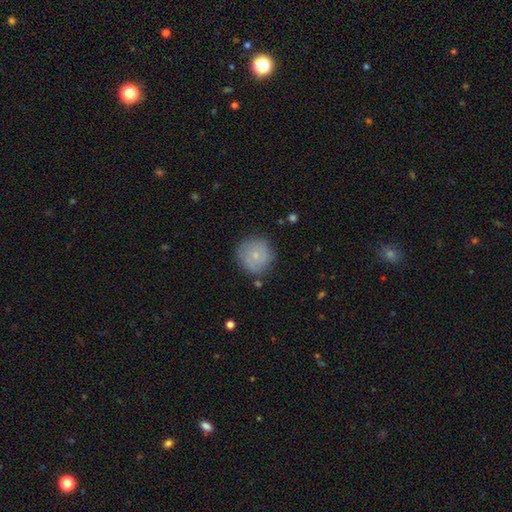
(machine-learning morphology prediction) smooth-or-featured: smooth: 63% | featured or disk: 29% | star or artifact: 8%
  how-rounded: round: 93% | in between: 6% | cigar-shaped: 1%
  merging: none: 77% | minor disturbance: 16% | major disturbance: 4% | merger: 2%